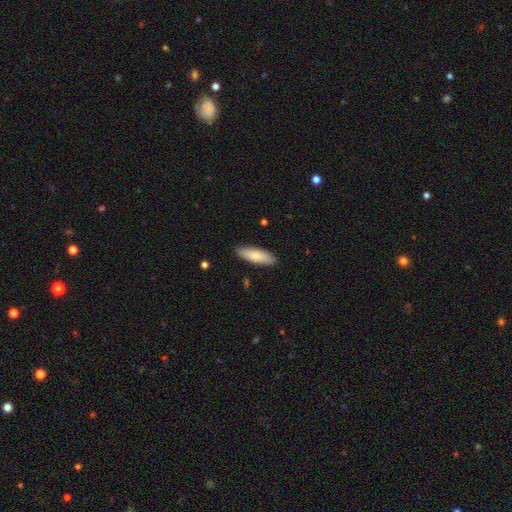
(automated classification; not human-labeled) This is clearly a smooth galaxy (83%). How rounded: possibly in between (53%). Merging: clearly none (88%).